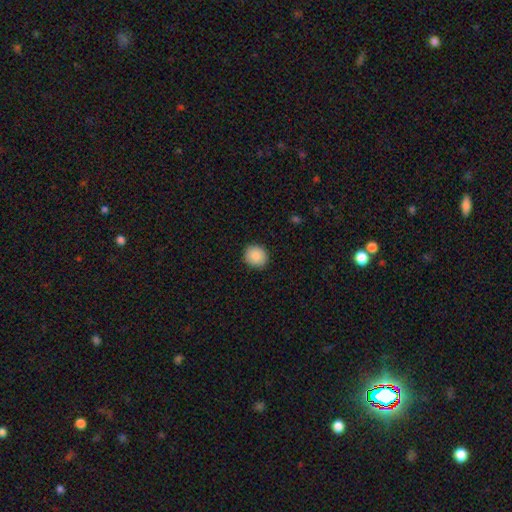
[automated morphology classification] Smooth or featured? Predicted: smooth (p=0.89). How rounded? Predicted: round (p=0.86). Merging? Predicted: none (p=0.91).